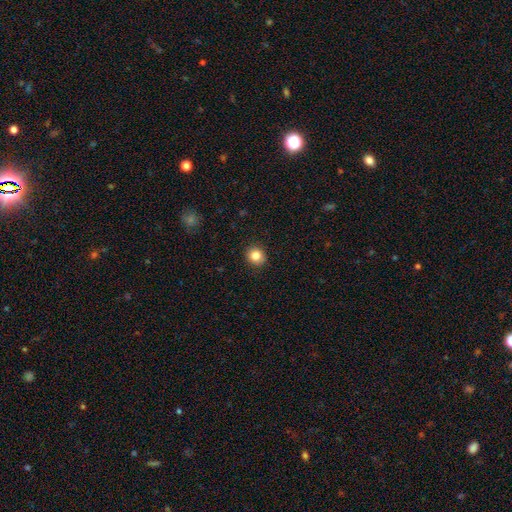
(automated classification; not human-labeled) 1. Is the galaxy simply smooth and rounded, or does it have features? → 85% smooth, 10% star or artifact, 5% featured or disk.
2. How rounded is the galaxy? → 84% round, 16% in between, 1% cigar-shaped.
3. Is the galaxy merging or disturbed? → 91% none, 7% minor disturbance, 2% major disturbance, 1% merger.